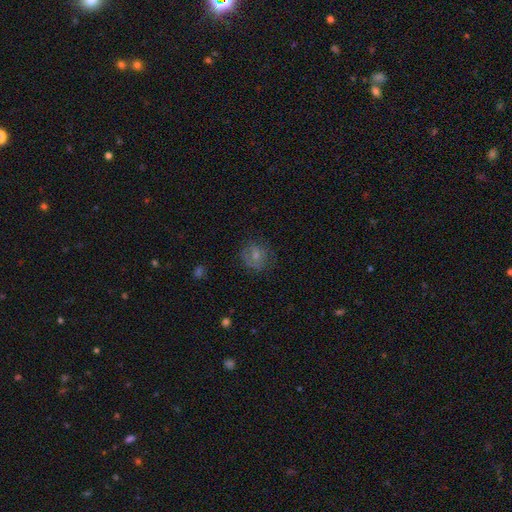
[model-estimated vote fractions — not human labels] A smooth galaxy with no disk features (61%) that is round (78%). Merging: none (68%).